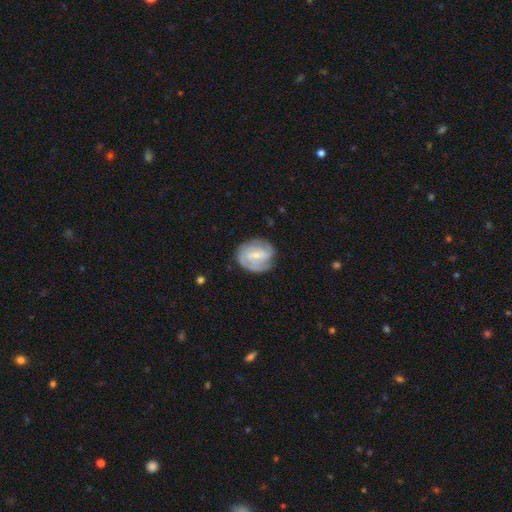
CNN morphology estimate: This appears to be a featured or disk galaxy (78%) with a weak bar (52%), 2 (41%) tight (53%) spiral arms (92%) and a small central bulge (60%). Merging: none (73%).